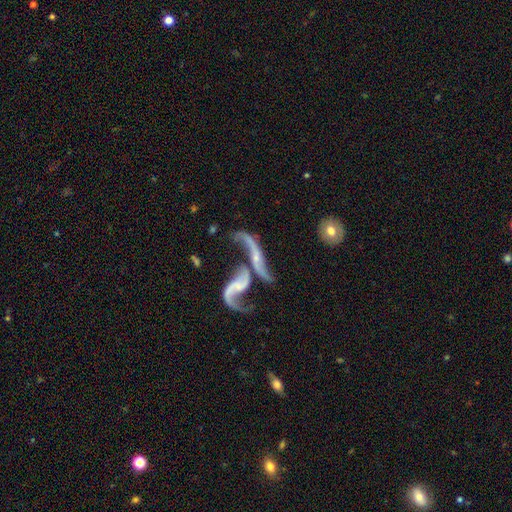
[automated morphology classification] Smooth or featured? Predicted: featured or disk (p=0.81). Edge-on disk? Predicted: no (p=0.88). Bar? Predicted: no (p=0.55). Spiral arms? Predicted: yes (p=0.83). Spiral winding? Predicted: loose (p=0.91). Spiral arm count? Predicted: 2 (p=0.81). Bulge size? Predicted: small (p=0.52). Merging? Predicted: merger (p=0.51).